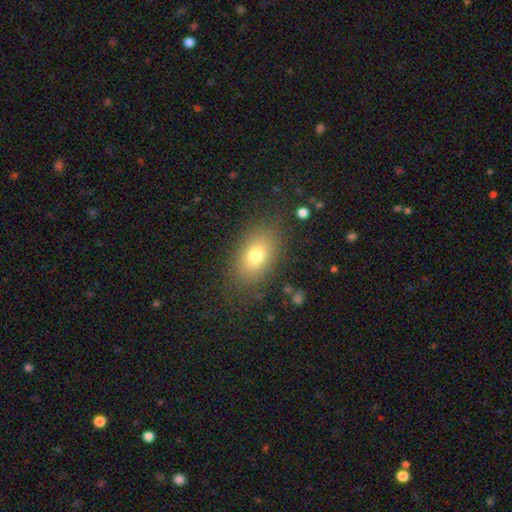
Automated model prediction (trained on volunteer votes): Smooth or featured: smooth — 75% (featured or disk — 14%)
How rounded: in between — 85% (round — 13%)
Merging: none — 83% (minor disturbance — 11%)